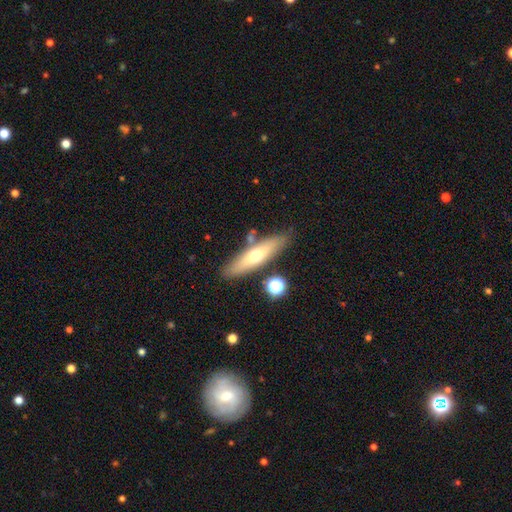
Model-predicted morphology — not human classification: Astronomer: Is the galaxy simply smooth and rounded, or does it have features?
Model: smooth — 53% (runner-up: featured or disk, 40%).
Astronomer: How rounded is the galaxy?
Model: cigar-shaped — 73%.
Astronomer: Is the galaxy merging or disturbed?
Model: none — 81%.